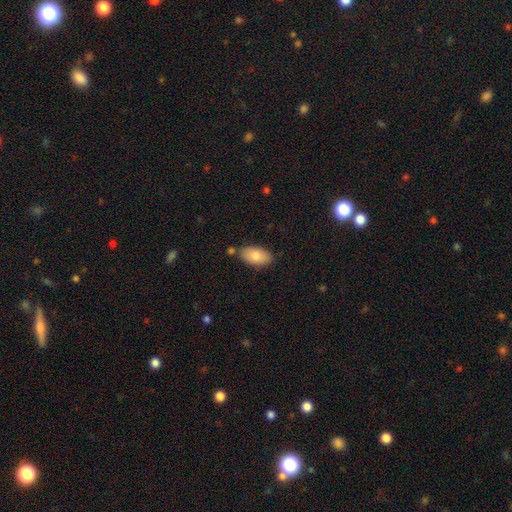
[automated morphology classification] type=smooth (81%); roundness=in between (94%); merging=none (76%).